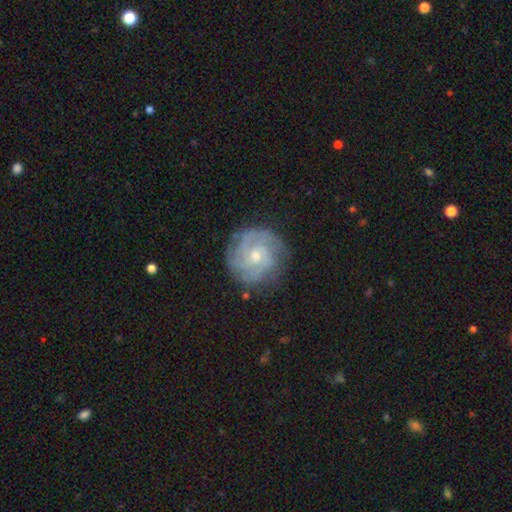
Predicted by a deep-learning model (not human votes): Smooth or featured? featured or disk (83%)
Edge-on disk? no (98%)
Bar? no (65%)
Spiral arms? yes (95%)
Spiral winding? tight (64%)
Spiral arm count? 3 (29%)
Bulge size? moderate (53%)
Merging? none (78%)